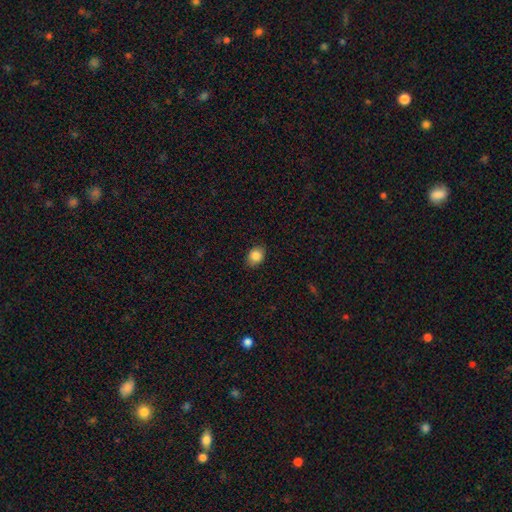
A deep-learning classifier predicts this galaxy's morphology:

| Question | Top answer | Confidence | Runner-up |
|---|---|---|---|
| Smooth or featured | smooth | 86% | star or artifact (9%) |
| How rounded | in between | 60% | round (39%) |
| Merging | none | 85% | minor disturbance (11%) |